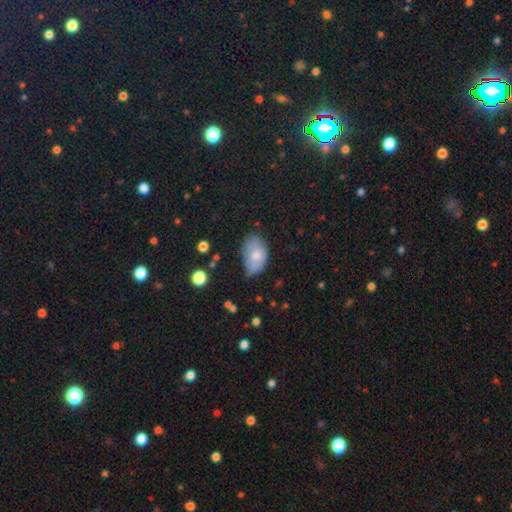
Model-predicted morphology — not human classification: Q: Smooth or featured?
A: smooth (73%); runner-up: featured or disk (19%)
Q: How rounded?
A: in between (91%); runner-up: round (8%)
Q: Merging?
A: none (48%); runner-up: minor disturbance (38%)